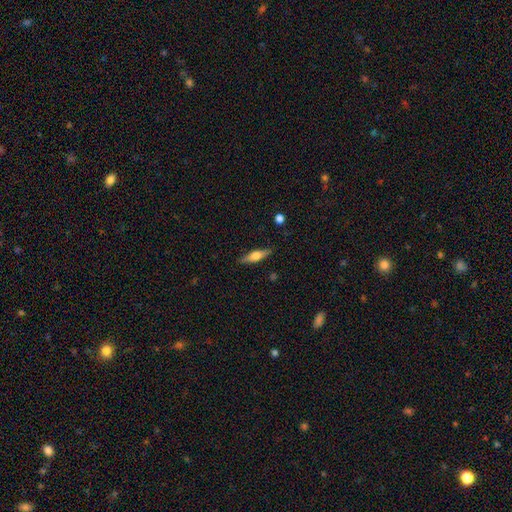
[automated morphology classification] A featured or disk galaxy (50%).

Vote fractions:
- Smooth or featured? featured or disk: 50% / smooth: 44% / star or artifact: 6%
- Merging? none: 87% / minor disturbance: 10% / major disturbance: 2% / merger: 1%